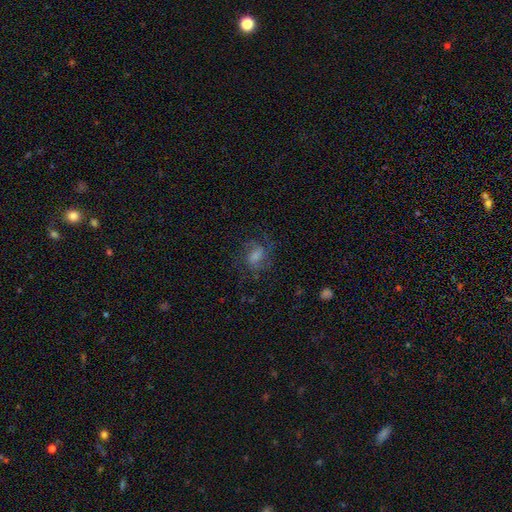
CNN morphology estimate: This appears to be a featured or disk galaxy (58%) with no bar (47%), spiral arms (89%) and a moderate central bulge (37%). Merging: none (69%).